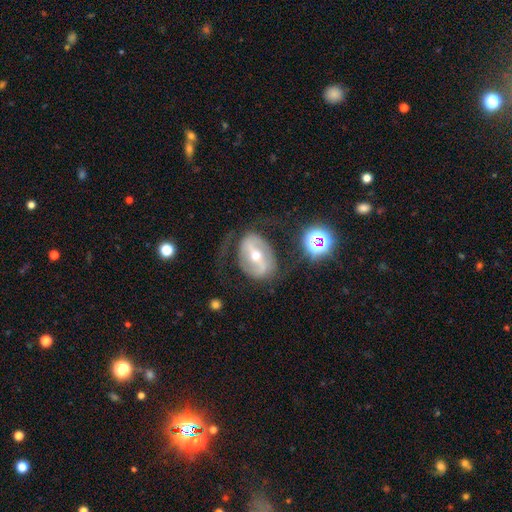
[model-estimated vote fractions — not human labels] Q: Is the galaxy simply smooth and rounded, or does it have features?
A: featured or disk — 77%.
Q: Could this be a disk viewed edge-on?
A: no — 94%.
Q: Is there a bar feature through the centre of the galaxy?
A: strong — 60%.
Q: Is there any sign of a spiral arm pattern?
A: yes — 73%.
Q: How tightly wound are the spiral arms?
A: medium — 42%.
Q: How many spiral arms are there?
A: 2 — 80%.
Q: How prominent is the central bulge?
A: moderate — 55%.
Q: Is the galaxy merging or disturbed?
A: none — 58%.